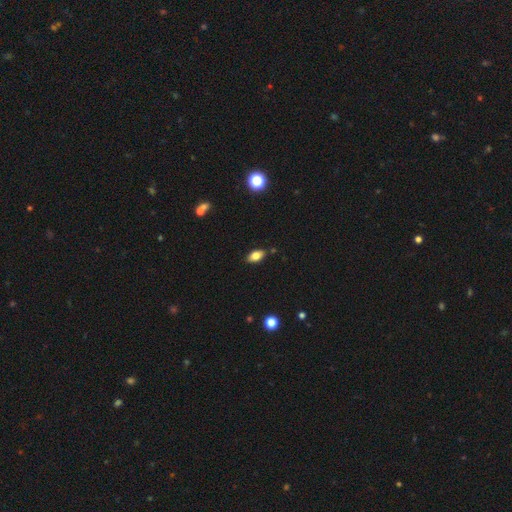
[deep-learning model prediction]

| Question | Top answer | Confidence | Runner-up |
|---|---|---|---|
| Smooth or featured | smooth | 79% | featured or disk (12%) |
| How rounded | in between | 90% | round (6%) |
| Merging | none | 85% | minor disturbance (11%) |